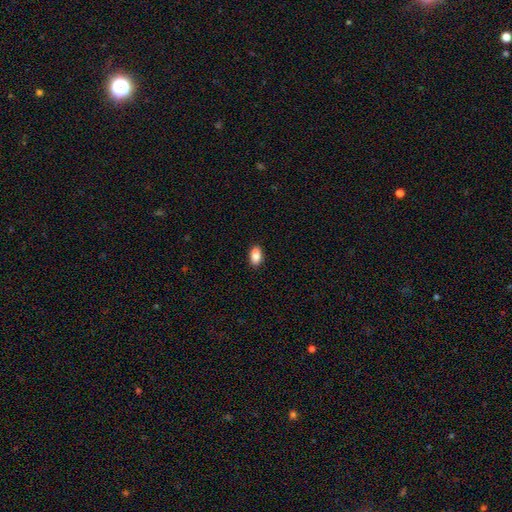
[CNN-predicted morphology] A smooth galaxy with no disk features (87%) that is in between round and cigar-shaped (91%).

Vote fractions:
- Smooth or featured? smooth: 87% / star or artifact: 8% / featured or disk: 5%
- How rounded? in between: 91% / round: 6% / cigar-shaped: 3%
- Merging? none: 79% / minor disturbance: 14% / merger: 5% / major disturbance: 2%